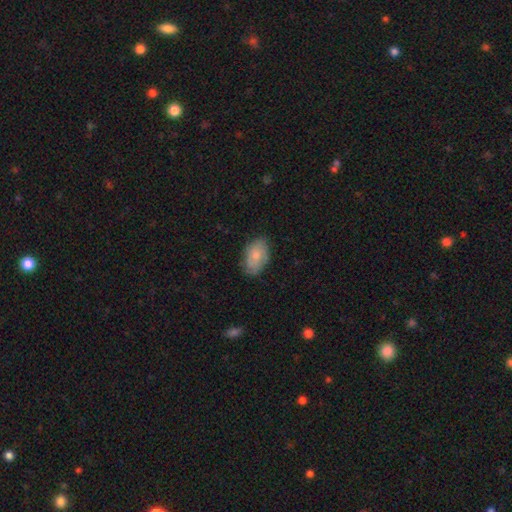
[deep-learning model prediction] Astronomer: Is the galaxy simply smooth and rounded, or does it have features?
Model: smooth — 70%.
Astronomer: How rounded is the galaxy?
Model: in between — 90%.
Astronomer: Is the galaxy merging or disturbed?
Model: none — 72%.